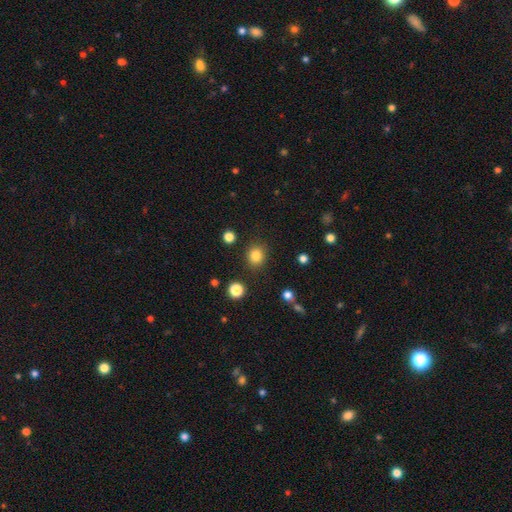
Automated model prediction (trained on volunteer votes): Smooth or featured: smooth — 83% (star or artifact — 12%)
How rounded: round — 80% (in between — 19%)
Merging: none — 88% (minor disturbance — 7%)